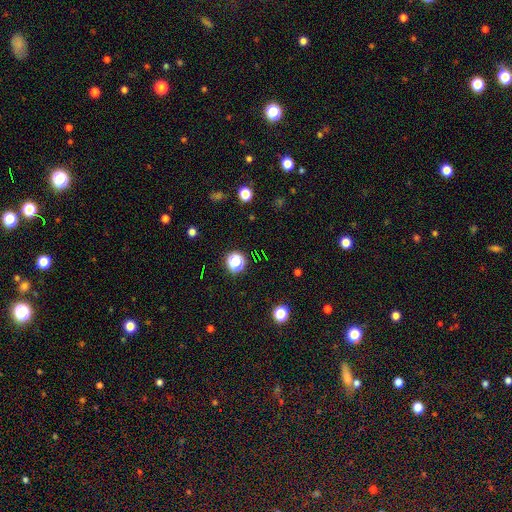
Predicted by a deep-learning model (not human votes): Smooth or featured? star or artifact (60%)